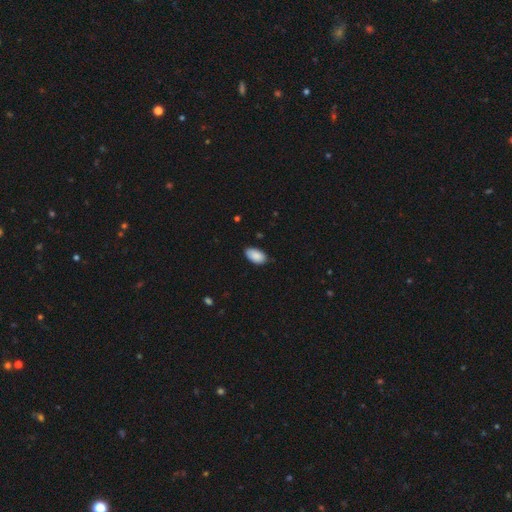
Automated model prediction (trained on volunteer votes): Overall: smooth (89%). How rounded: in between (95%). Merging: none (80%).